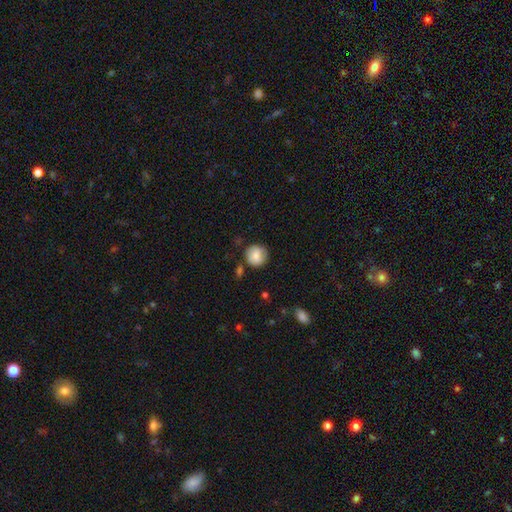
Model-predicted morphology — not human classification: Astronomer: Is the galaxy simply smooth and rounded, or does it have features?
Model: smooth — 81%.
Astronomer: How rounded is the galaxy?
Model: round — 91%.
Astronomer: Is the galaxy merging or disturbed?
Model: none — 77%.